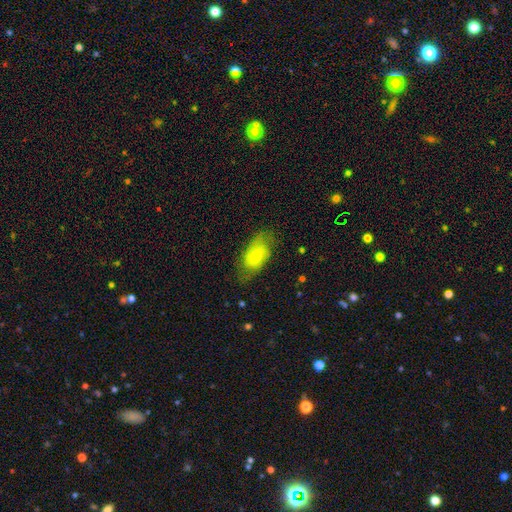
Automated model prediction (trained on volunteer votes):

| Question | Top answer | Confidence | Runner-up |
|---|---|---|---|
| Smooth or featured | smooth | 59% | featured or disk (34%) |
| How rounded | in between | 90% | round (7%) |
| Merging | none | 63% | minor disturbance (24%) |